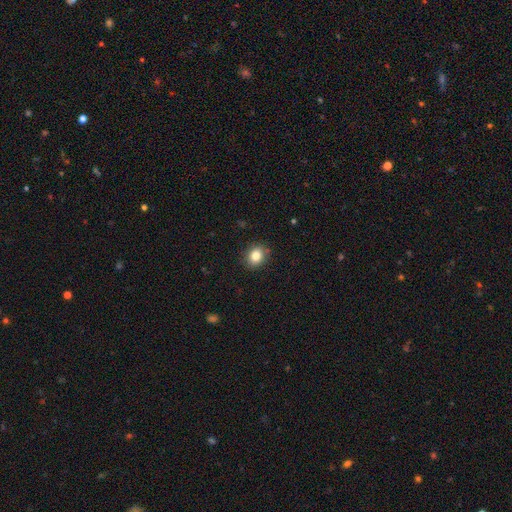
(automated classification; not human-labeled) Smooth or featured? smooth (83%)
How rounded? round (60%)
Merging? none (88%)